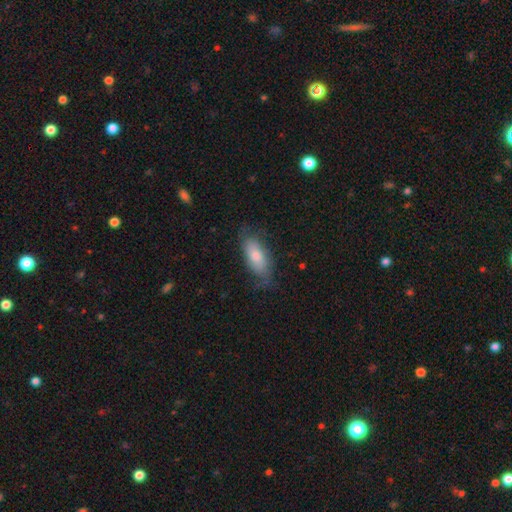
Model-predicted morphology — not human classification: A smooth galaxy with no disk features (62%) that is in between round and cigar-shaped (82%). Merging: none (67%).